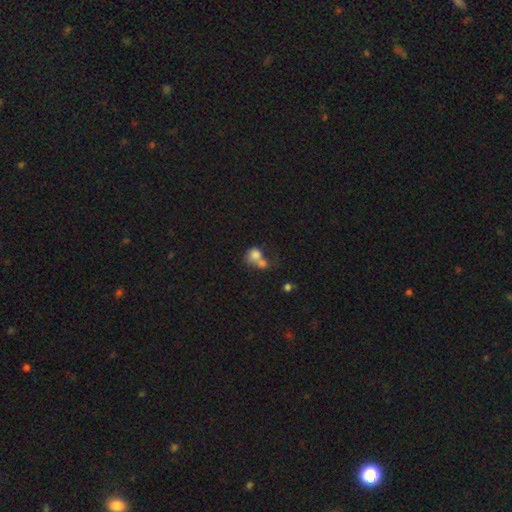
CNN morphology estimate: Q: Smooth or featured?
A: smooth (77%); runner-up: featured or disk (13%)
Q: How rounded?
A: round (69%); runner-up: in between (30%)
Q: Merging?
A: merger (62%); runner-up: none (24%)